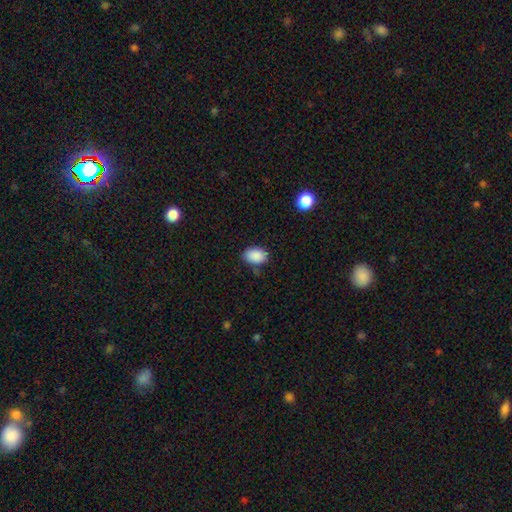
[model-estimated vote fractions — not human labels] A smooth galaxy with no disk features (89%) that is in between round and cigar-shaped (83%).

Vote fractions:
- Smooth or featured? smooth: 89% / star or artifact: 8% / featured or disk: 3%
- How rounded? in between: 83% / round: 16% / cigar-shaped: 1%
- Merging? none: 79% / minor disturbance: 15% / major disturbance: 3% / merger: 2%